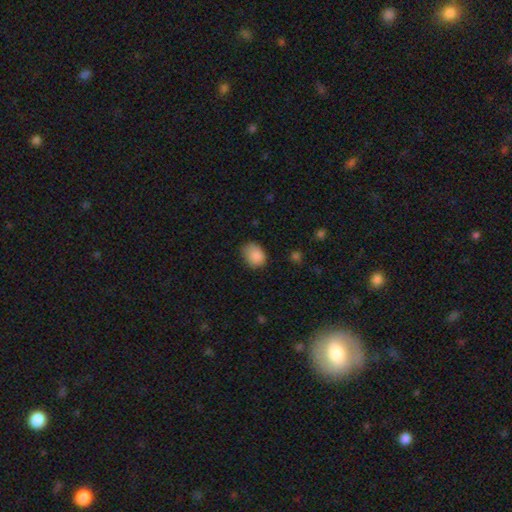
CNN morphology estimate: Smooth or featured: smooth — 87% (star or artifact — 8%)
How rounded: in between — 57% (round — 42%)
Merging: none — 67% (minor disturbance — 27%)